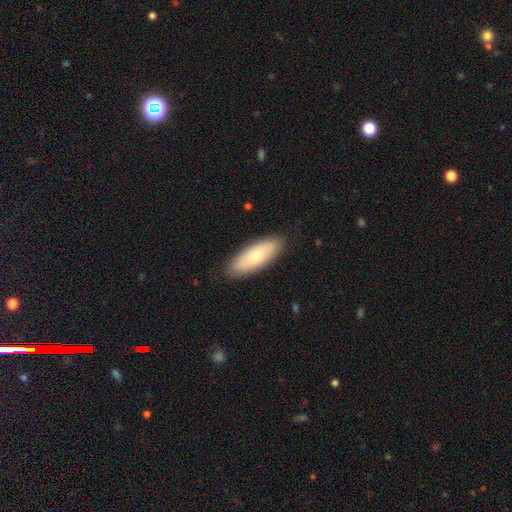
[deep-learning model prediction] Smooth or featured? smooth (72%)
How rounded? in between (70%)
Merging? none (87%)